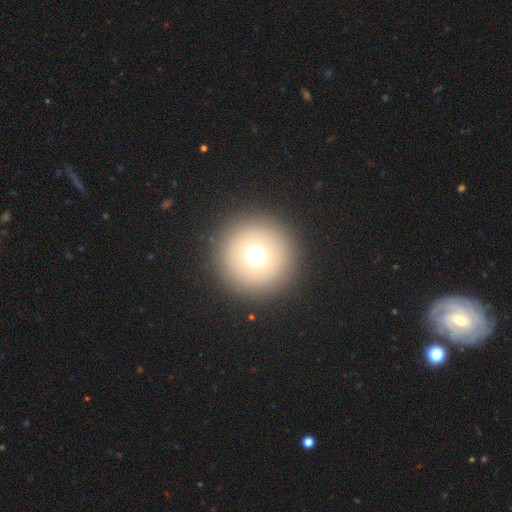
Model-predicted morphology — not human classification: Smooth or featured: smooth — 65% (star or artifact — 20%)
How rounded: round — 96% (in between — 3%)
Merging: none — 89% (minor disturbance — 5%)